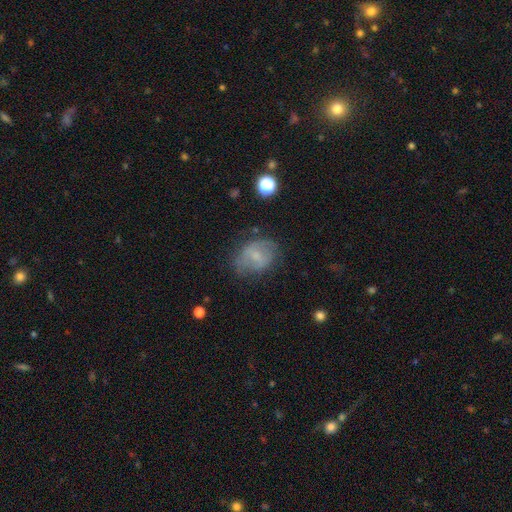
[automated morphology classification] smooth-or-featured: smooth: 50% | featured or disk: 40% | star or artifact: 10%
  how-rounded: in between: 59% | round: 39% | cigar-shaped: 1%
  merging: none: 59% | minor disturbance: 25% | major disturbance: 14% | merger: 2%